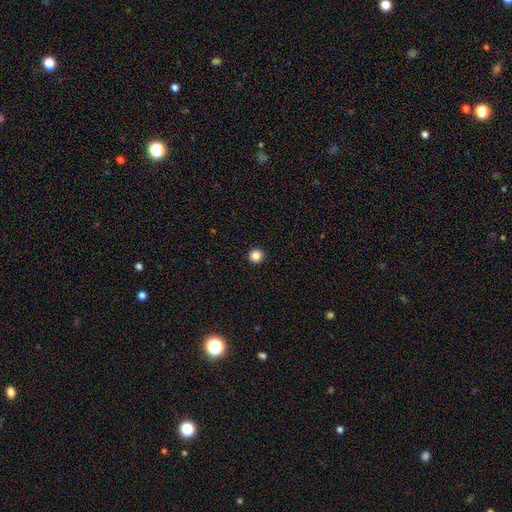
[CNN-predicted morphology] Smooth or featured: smooth — 86% (star or artifact — 11%)
How rounded: round — 96% (in between — 3%)
Merging: none — 94% (minor disturbance — 4%)